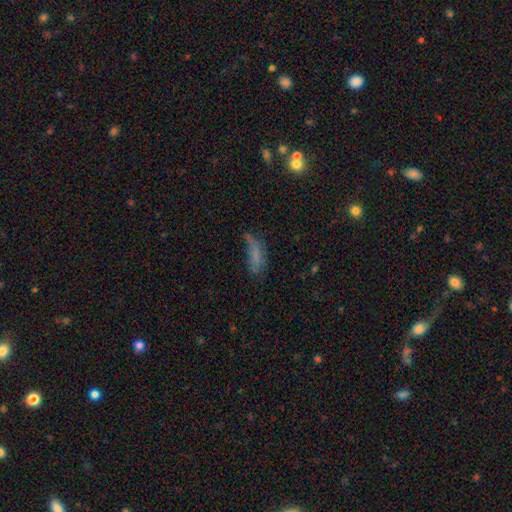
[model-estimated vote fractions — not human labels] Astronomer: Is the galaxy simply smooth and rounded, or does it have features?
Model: smooth — 64%.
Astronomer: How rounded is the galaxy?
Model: in between — 61%.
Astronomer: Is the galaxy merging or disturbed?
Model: none — 34% (runner-up: major disturbance, 30%).